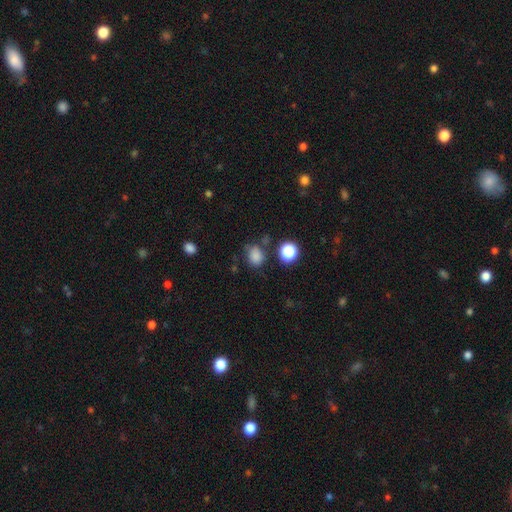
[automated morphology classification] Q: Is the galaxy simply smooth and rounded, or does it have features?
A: smooth — 80%.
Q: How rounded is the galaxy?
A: round — 58%.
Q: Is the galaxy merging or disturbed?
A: none — 66%.